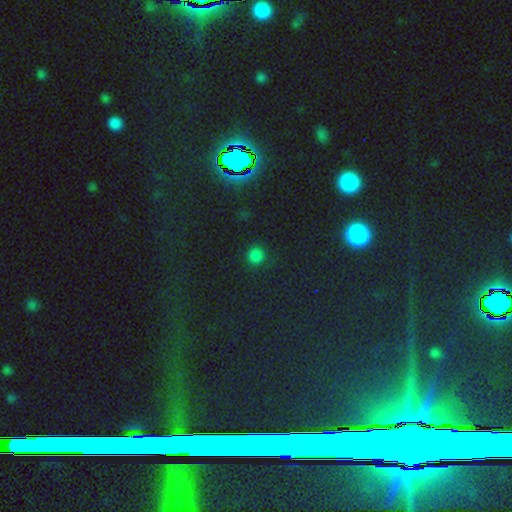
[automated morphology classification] type=smooth (70%); roundness=round (90%); merging=none (87%).